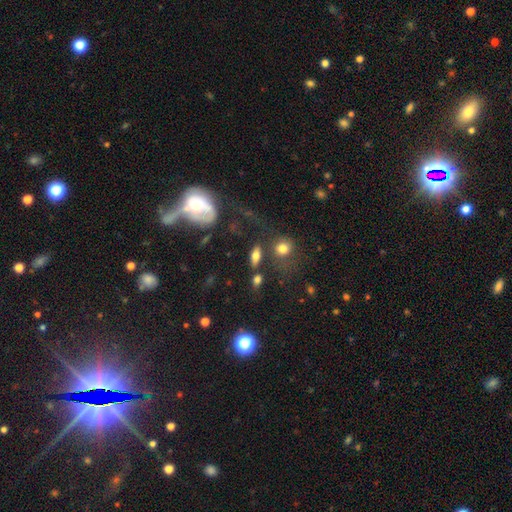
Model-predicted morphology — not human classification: smooth_or_featured: smooth (p=0.66) [alt: featured or disk p=0.23]
how_rounded: in between (p=0.70) [alt: cigar-shaped p=0.18]
merging: none (p=0.69) [alt: minor disturbance p=0.14]